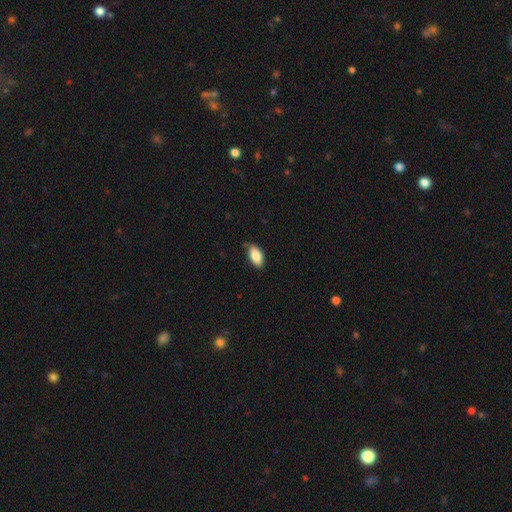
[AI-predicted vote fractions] smooth_or_featured: smooth (p=0.85) [alt: featured or disk p=0.09]
how_rounded: in between (p=0.92) [alt: cigar-shaped p=0.05]
merging: none (p=0.75) [alt: minor disturbance p=0.20]